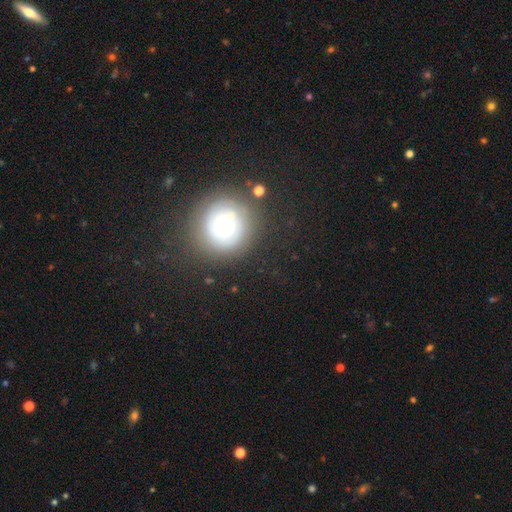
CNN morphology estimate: type=smooth (52%); roundness=round (93%); merging=none (80%).